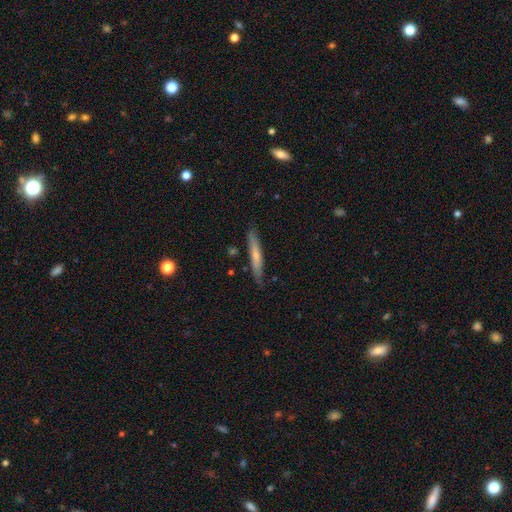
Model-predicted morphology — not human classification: Overall: smooth (60%; featured or disk 34%). How rounded: cigar-shaped (93%). Merging: none (83%).